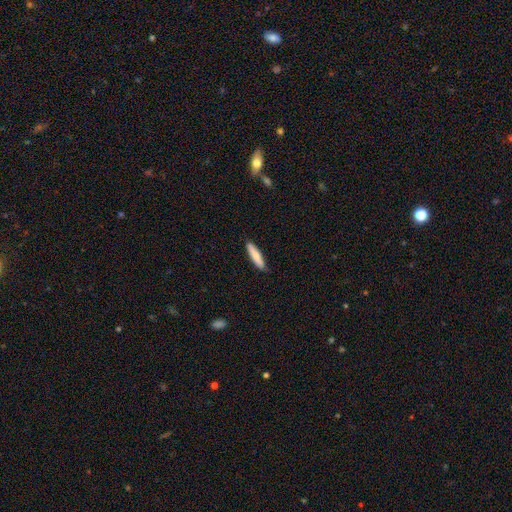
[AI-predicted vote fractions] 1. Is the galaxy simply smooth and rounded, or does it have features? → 78% smooth, 17% featured or disk, 5% star or artifact.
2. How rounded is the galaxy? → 84% cigar-shaped, 15% in between, 1% round.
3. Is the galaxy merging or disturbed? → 87% none, 10% minor disturbance, 2% major disturbance, 1% merger.